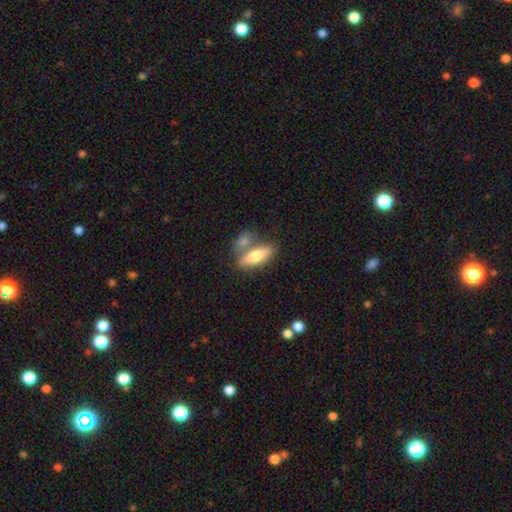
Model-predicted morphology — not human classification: A smooth galaxy with no disk features (66%) that is in between round and cigar-shaped (65%). Merging: none (49%).